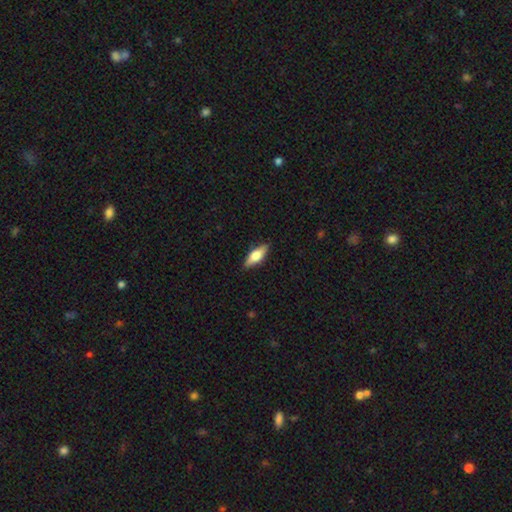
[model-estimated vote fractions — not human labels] This is possibly a smooth galaxy (58%). How rounded: likely in between (64%). Merging: clearly none (87%).